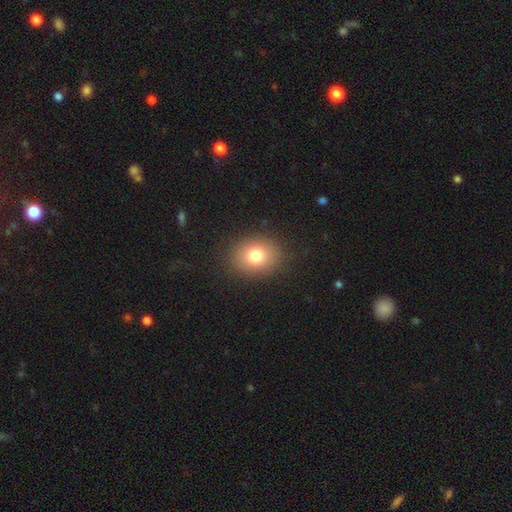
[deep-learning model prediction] The model was most divided on "how rounded": round: 59%, in between: 40%, cigar-shaped: 1%. More confident: merging — none (88%); smooth or featured — smooth (79%).